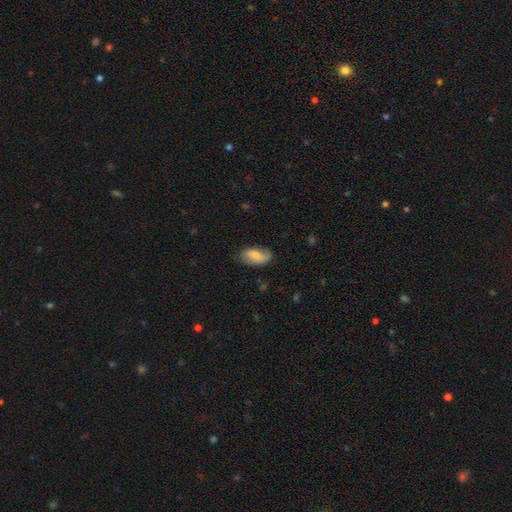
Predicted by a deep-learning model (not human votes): smooth-or-featured: smooth: 70% | featured or disk: 23% | star or artifact: 6%
  how-rounded: in between: 92% | cigar-shaped: 5% | round: 3%
  merging: none: 67% | minor disturbance: 25% | major disturbance: 6% | merger: 2%